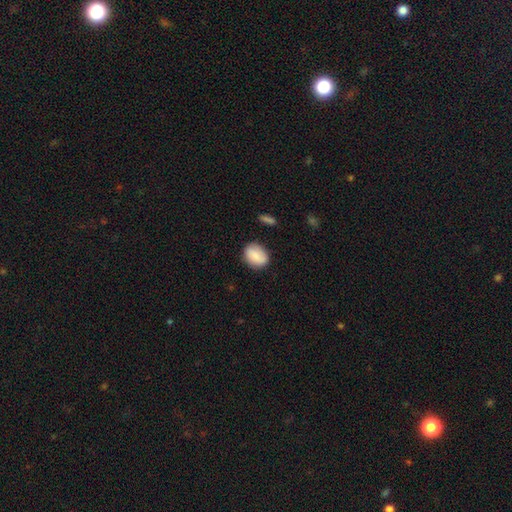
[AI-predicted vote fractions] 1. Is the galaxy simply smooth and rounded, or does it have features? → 84% smooth, 9% featured or disk, 7% star or artifact.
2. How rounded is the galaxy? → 60% in between, 39% round, 1% cigar-shaped.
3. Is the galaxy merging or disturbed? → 82% none, 13% minor disturbance, 3% major disturbance, 2% merger.